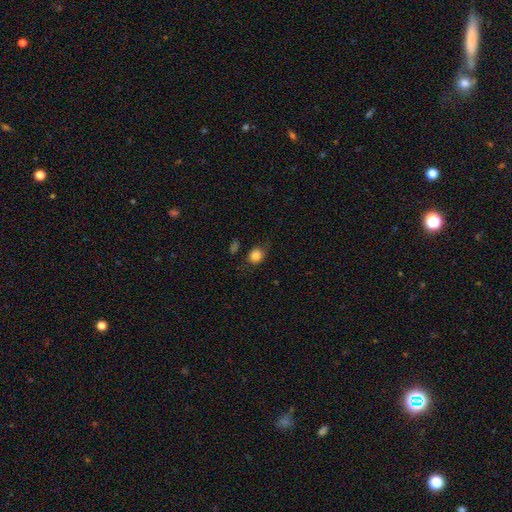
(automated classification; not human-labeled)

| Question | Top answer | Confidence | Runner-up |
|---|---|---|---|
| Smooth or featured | smooth | 83% | star or artifact (10%) |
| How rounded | round | 64% | in between (35%) |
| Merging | none | 71% | minor disturbance (21%) |